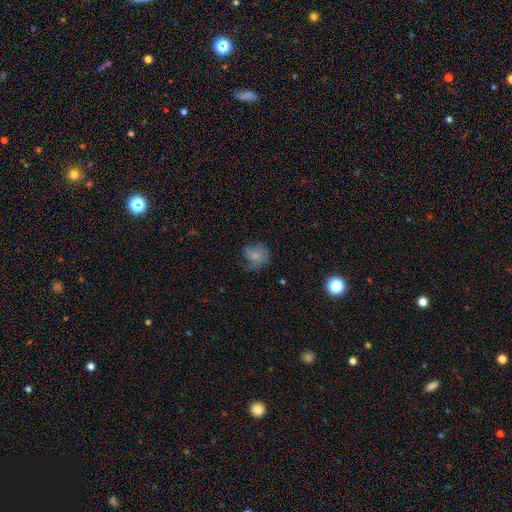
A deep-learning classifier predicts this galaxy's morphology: smooth_or_featured: smooth (p=0.68) [alt: featured or disk p=0.20]
how_rounded: round (p=0.67) [alt: in between p=0.32]
merging: none (p=0.47) [alt: minor disturbance p=0.28]